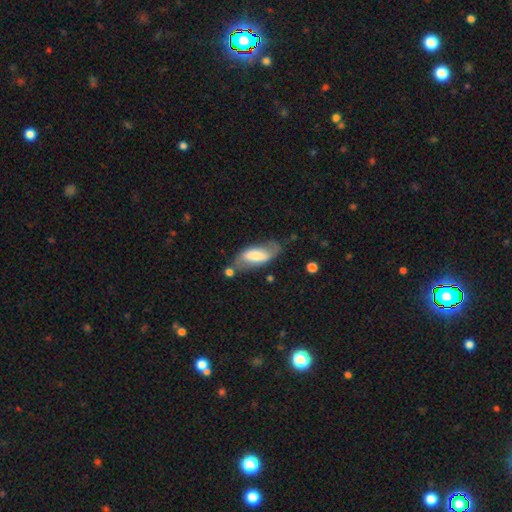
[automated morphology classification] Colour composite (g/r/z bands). It shows a smooth galaxy with no disk features (47%). Merging: none (56%).